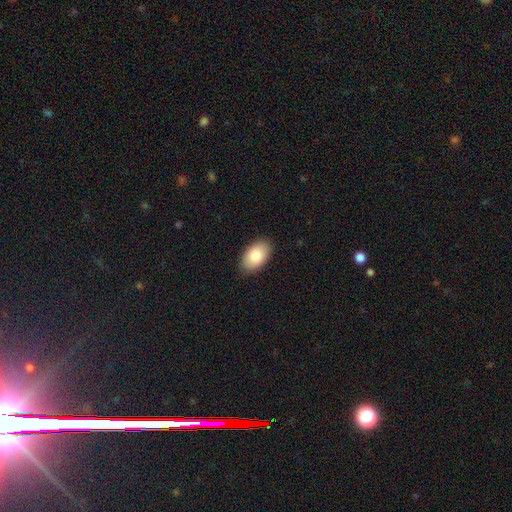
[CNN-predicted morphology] This appears to be a smooth galaxy with no disk features (84%) that is in between round and cigar-shaped (94%). Merging: none (88%).